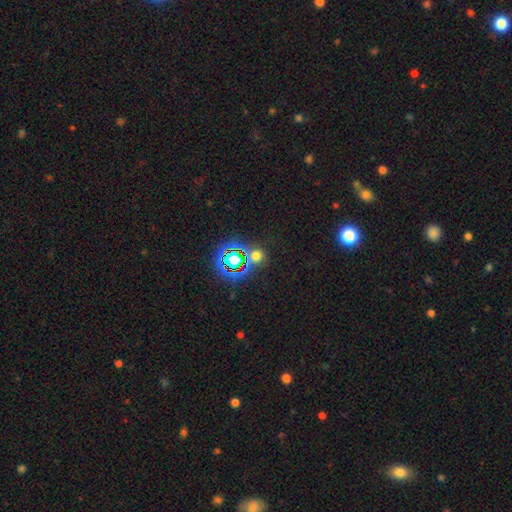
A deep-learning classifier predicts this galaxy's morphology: Overall: smooth (49%; star or artifact 43%). Merging: none (74%).